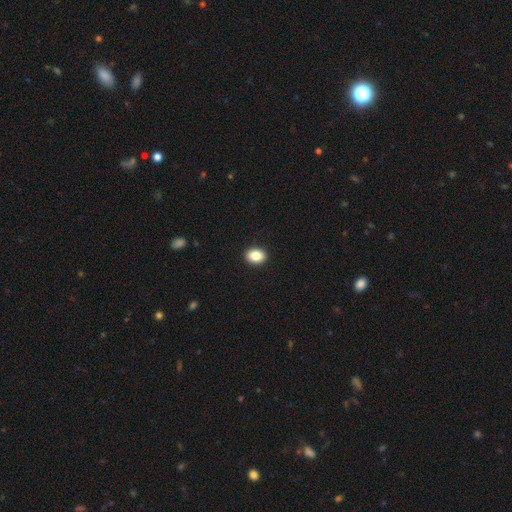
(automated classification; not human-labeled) A smooth galaxy with no disk features (85%) that is in between round and cigar-shaped (61%).

Vote fractions:
- Smooth or featured? smooth: 85% / star or artifact: 9% / featured or disk: 6%
- How rounded? in between: 61% / round: 38% / cigar-shaped: 1%
- Merging? none: 92% / minor disturbance: 5% / major disturbance: 2% / merger: 1%